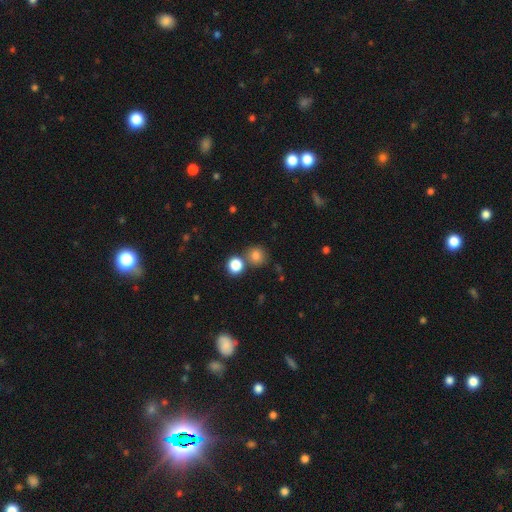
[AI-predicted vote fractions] A smooth galaxy with no disk features (80%) that is round (87%). Merging: none (70%).